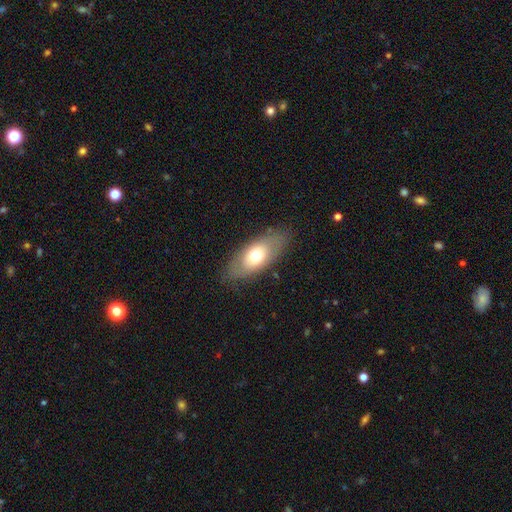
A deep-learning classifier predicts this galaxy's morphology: Smooth or featured? Predicted: smooth (p=0.61). How rounded? Predicted: in between (p=0.87). Merging? Predicted: none (p=0.82).